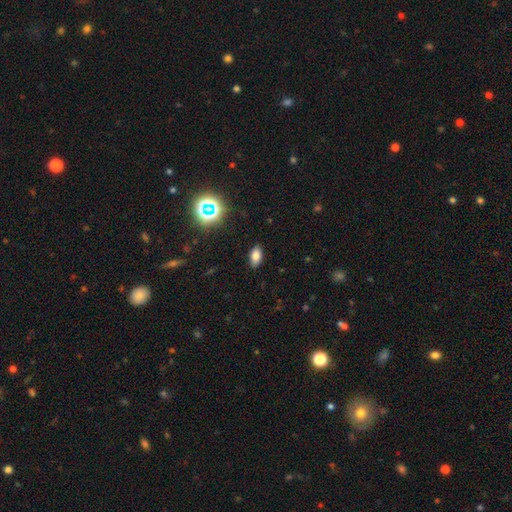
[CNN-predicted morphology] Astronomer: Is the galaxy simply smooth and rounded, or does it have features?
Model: smooth — 77%.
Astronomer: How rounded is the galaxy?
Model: in between — 89%.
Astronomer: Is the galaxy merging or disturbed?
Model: none — 88%.